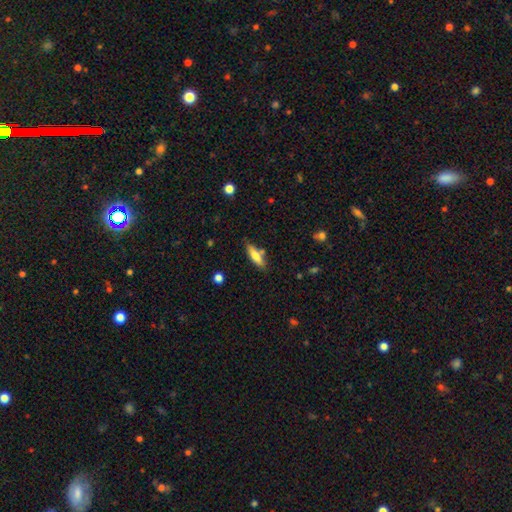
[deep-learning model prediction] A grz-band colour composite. It shows a smooth galaxy with no disk features (71%) that is cigar-shaped (58%). Merging: none (75%).